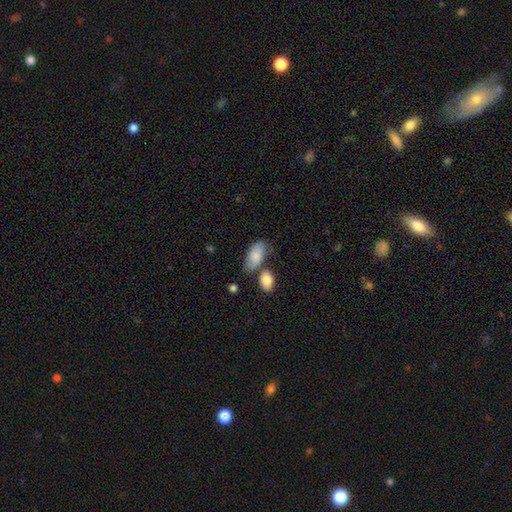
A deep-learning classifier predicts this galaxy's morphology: smooth 80%, featured or disk 14%, star or artifact 6%. Down the decision tree: how rounded — in between (92%); merging — none (53%).